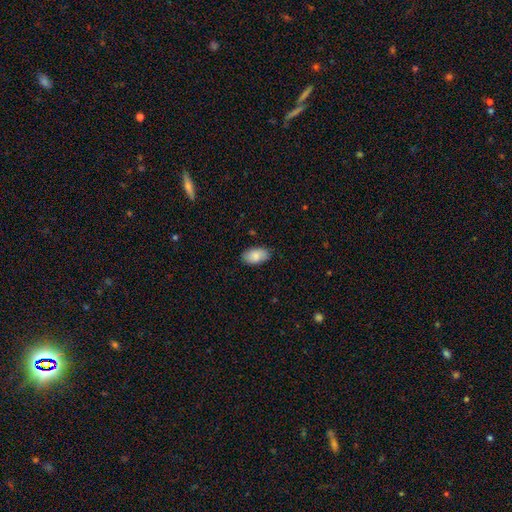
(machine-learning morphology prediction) A smooth galaxy with no disk features (86%) that is in between round and cigar-shaped (94%).

Vote fractions:
- Smooth or featured? smooth: 86% / featured or disk: 8% / star or artifact: 6%
- How rounded? in between: 94% / round: 4% / cigar-shaped: 2%
- Merging? none: 83% / minor disturbance: 13% / major disturbance: 2% / merger: 1%